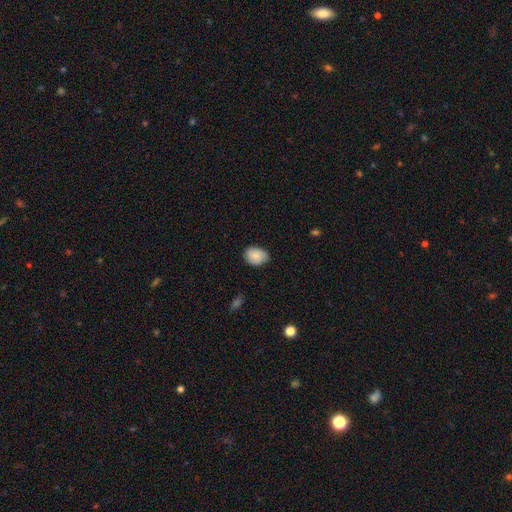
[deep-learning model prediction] smooth 80%, featured or disk 13%, star or artifact 7%. Down the decision tree: how rounded — in between (69%); merging — none (73%).